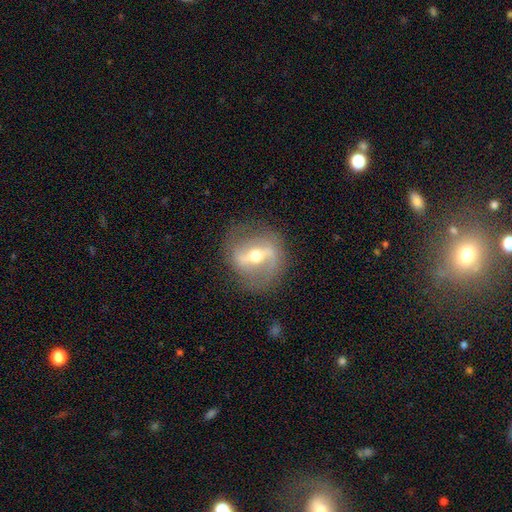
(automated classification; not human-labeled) Smooth or featured?
  - featured or disk: 82% *
  - smooth: 12%
  - star or artifact: 6%
Edge-on disk?
  - no: 89% *
  - yes: 11%
Bar?
  - strong: 64% *
  - weak: 26%
  - no: 10%
Spiral arms?
  - yes: 73% *
  - no: 27%
Spiral winding?
  - medium: 41% *
  - loose: 40%
  - tight: 20%
Spiral arm count?
  - 2: 83% *
  - can't tell: 8%
  - 1: 5%
  - 3: 1%
  - 4: 1%
  - more than 4: 1%
Bulge size?
  - moderate: 68% *
  - small: 25%
  - large: 5%
  - dominant: 1%
  - none: 1%
Merging?
  - none: 78% *
  - minor disturbance: 13%
  - major disturbance: 7%
  - merger: 1%